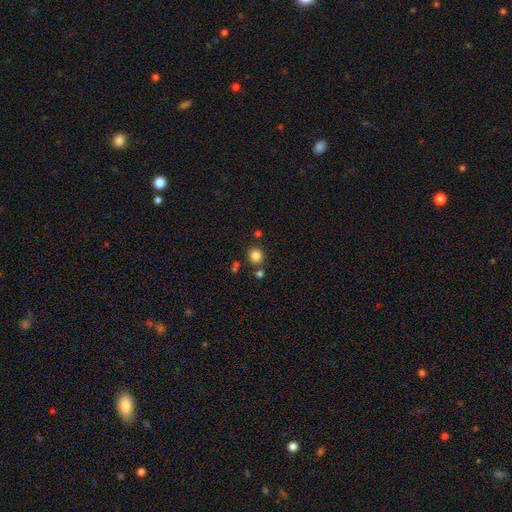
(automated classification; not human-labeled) A smooth galaxy with no disk features (83%) that is round (90%).

Vote fractions:
- Smooth or featured? smooth: 83% / star or artifact: 12% / featured or disk: 5%
- How rounded? round: 90% / in between: 10% / cigar-shaped: 1%
- Merging? none: 81% / merger: 9% / minor disturbance: 8% / major disturbance: 3%